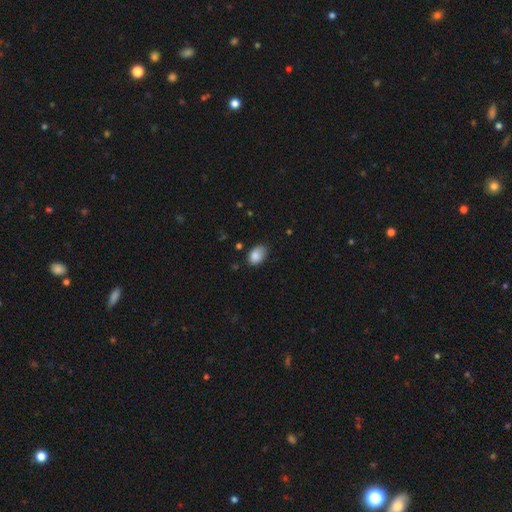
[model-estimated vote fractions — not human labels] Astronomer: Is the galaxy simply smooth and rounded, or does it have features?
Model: smooth — 86%.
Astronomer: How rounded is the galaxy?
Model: in between — 81%.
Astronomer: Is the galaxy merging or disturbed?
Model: none — 68%.